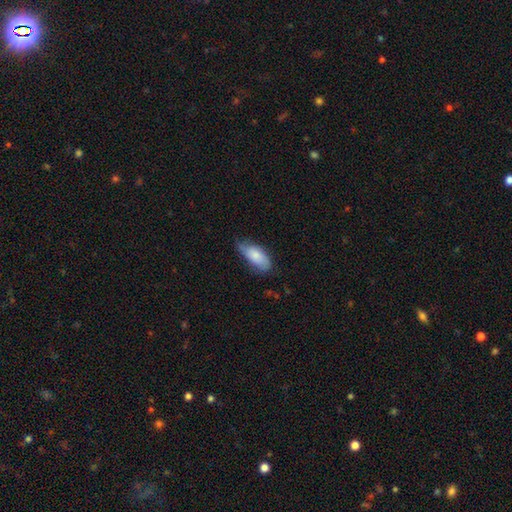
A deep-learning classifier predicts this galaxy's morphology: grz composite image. It shows a smooth galaxy with no disk features (78%) that is in between round and cigar-shaped (85%). Merging: none (55%).